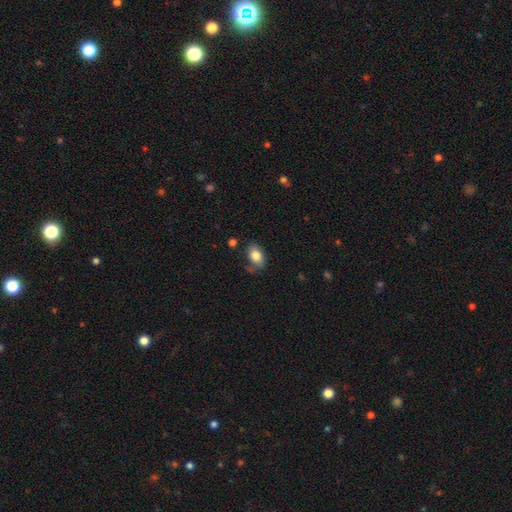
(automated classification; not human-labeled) smooth 83%, featured or disk 9%, star or artifact 8%. Down the decision tree: how rounded — in between (89%); merging — none (74%).